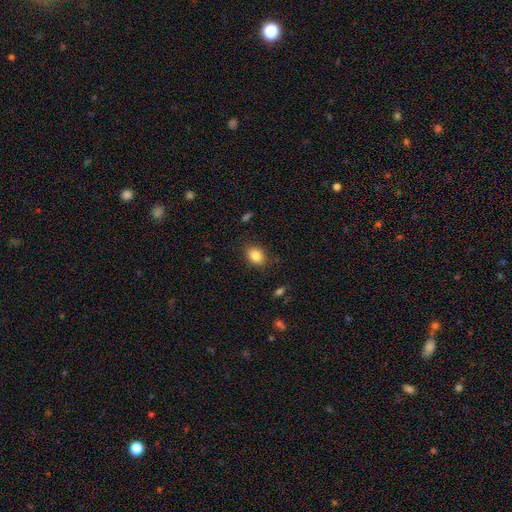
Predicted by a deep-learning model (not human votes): This is clearly a smooth galaxy (84%). How rounded: likely in between (60%). Merging: clearly none (84%).